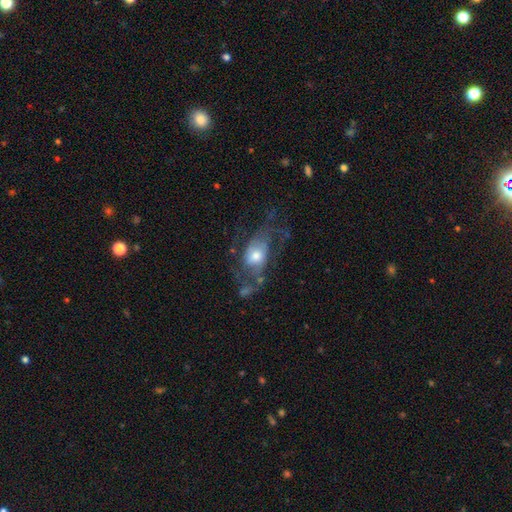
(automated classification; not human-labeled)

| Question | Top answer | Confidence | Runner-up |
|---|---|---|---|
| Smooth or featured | featured or disk | 63% | smooth (29%) |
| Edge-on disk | no | 94% | yes (6%) |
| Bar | no | 70% | weak (24%) |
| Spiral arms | yes | 72% | no (28%) |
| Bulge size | moderate | 60% | large (20%) |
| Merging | major disturbance | 41% | none (34%) |